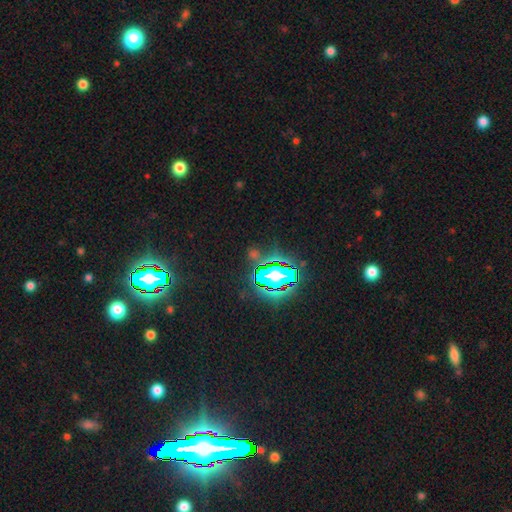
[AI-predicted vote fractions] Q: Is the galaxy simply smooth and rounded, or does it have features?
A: star or artifact — 70%.